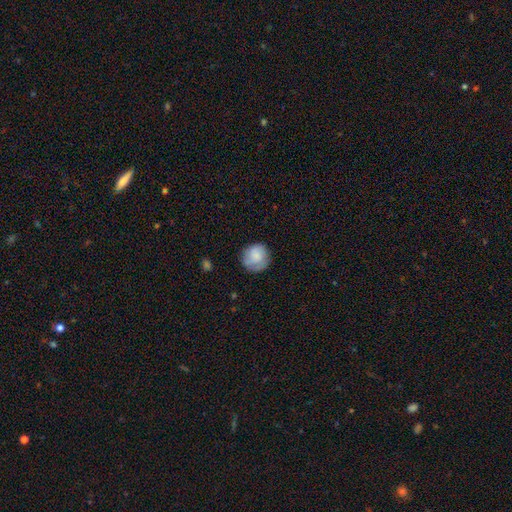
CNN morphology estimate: smooth-or-featured: smooth: 73% | featured or disk: 20% | star or artifact: 7%
  how-rounded: round: 89% | in between: 10% | cigar-shaped: 1%
  merging: none: 74% | minor disturbance: 19% | major disturbance: 6% | merger: 1%